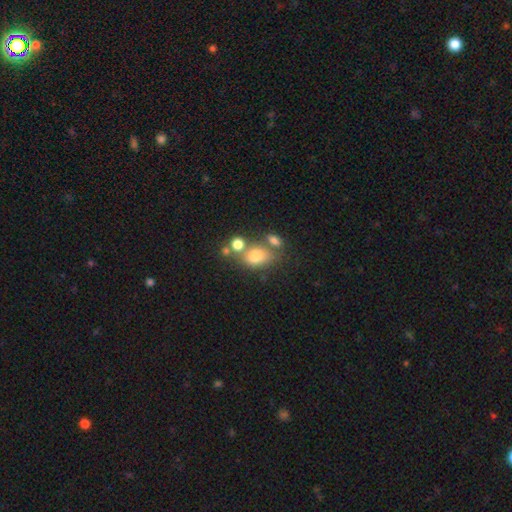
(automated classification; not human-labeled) This appears to be a smooth galaxy with no disk features (74%) that is in between round and cigar-shaped (68%). Merging: none (44%).